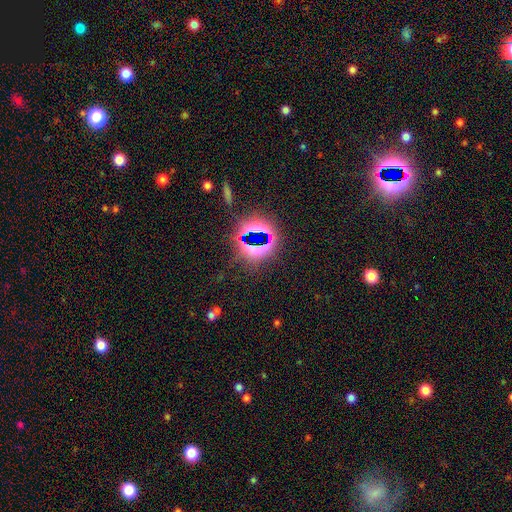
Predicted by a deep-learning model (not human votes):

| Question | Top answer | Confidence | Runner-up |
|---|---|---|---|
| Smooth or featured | star or artifact | 78% | smooth (12%) |